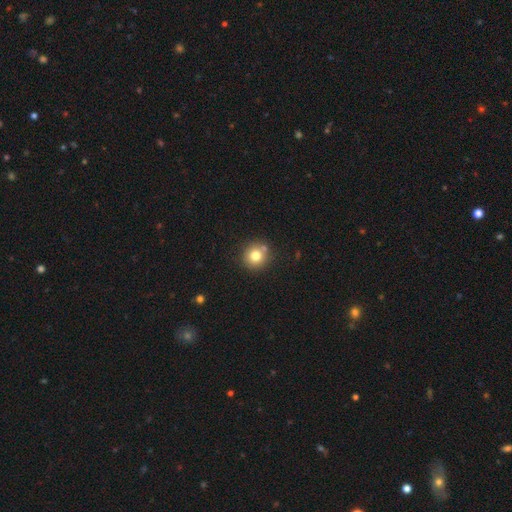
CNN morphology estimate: Smooth or featured: smooth — 77% (star or artifact — 12%)
How rounded: round — 92% (in between — 7%)
Merging: none — 77% (merger — 11%)